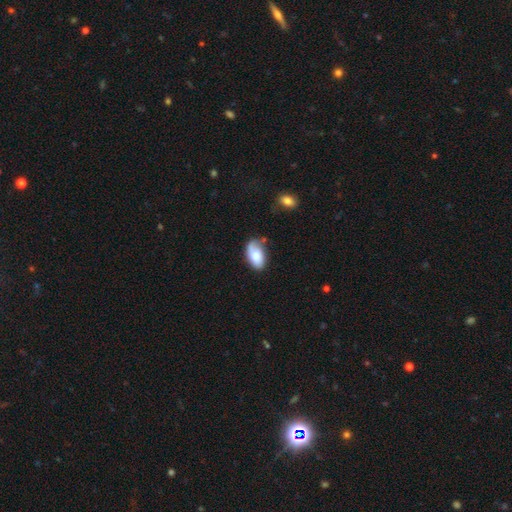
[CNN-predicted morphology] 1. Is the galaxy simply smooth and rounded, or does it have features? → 69% smooth, 24% featured or disk, 7% star or artifact.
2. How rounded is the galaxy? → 93% in between, 5% round, 2% cigar-shaped.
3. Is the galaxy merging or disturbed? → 53% none, 30% minor disturbance, 10% major disturbance, 7% merger.